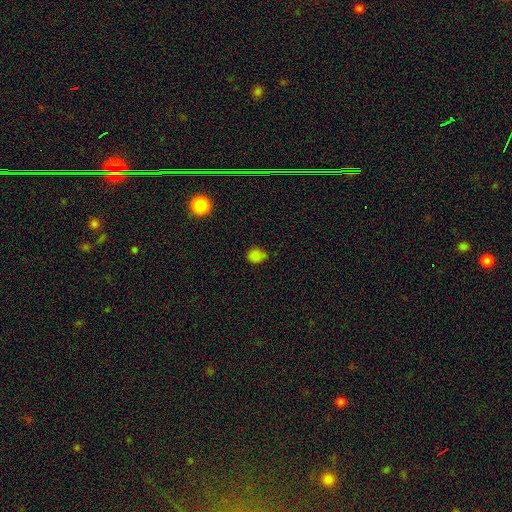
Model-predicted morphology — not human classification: type=smooth (78%); roundness=round (68%); merging=none (63%).